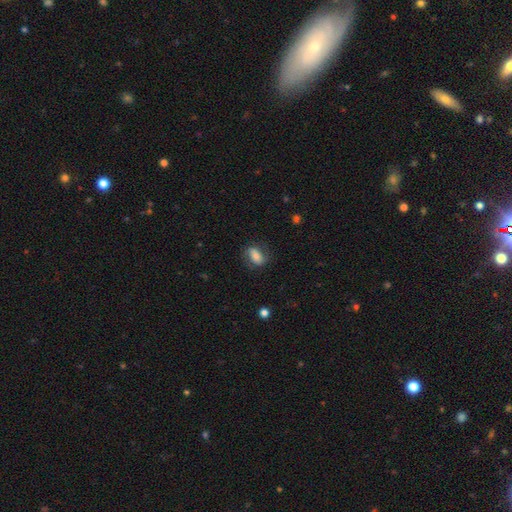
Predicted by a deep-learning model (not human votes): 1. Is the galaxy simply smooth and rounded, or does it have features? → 63% smooth, 28% featured or disk, 8% star or artifact.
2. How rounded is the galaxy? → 82% in between, 13% round, 5% cigar-shaped.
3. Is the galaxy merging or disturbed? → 69% none, 20% minor disturbance, 10% major disturbance, 1% merger.